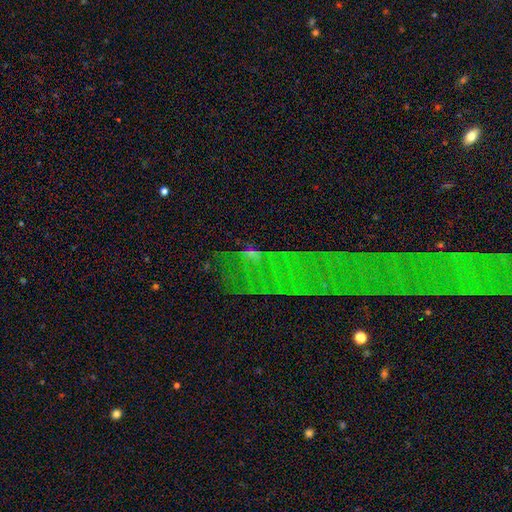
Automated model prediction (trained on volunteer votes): This is likely a star or artifact rather than a galaxy (63%).